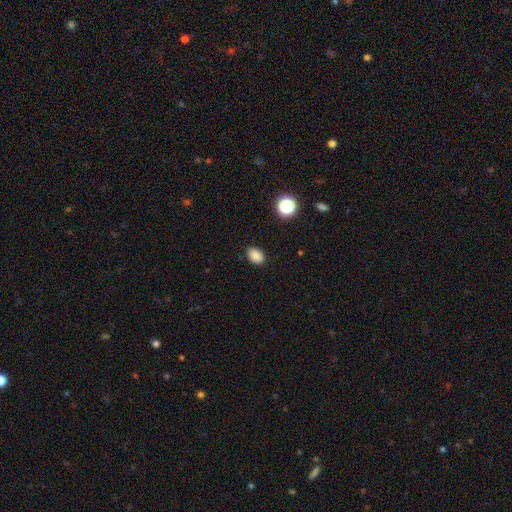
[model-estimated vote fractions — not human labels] Smooth or featured? Predicted: smooth (p=0.85). How rounded? Predicted: in between (p=0.76). Merging? Predicted: none (p=0.88).